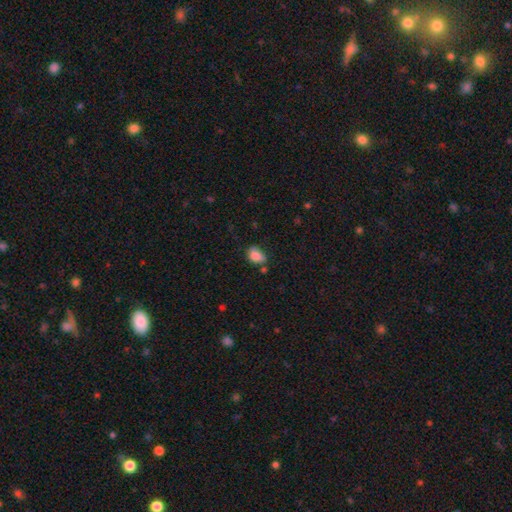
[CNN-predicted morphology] This appears to be a smooth galaxy with no disk features (83%) that is in between round and cigar-shaped (77%). Merging: none (57%).